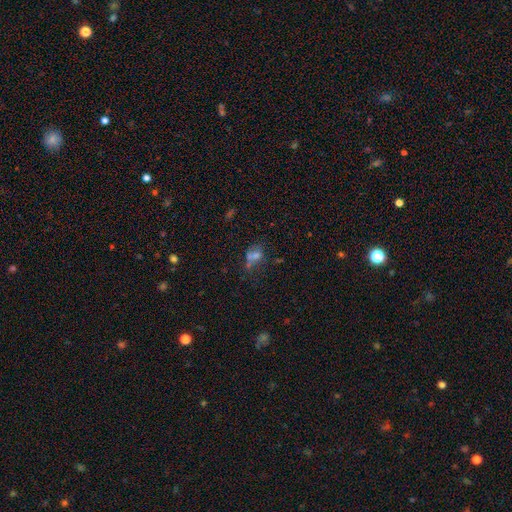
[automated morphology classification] Smooth or featured?
  - smooth: 49% *
  - star or artifact: 30%
  - featured or disk: 21%
Merging?
  - none: 42% *
  - merger: 30%
  - minor disturbance: 15%
  - major disturbance: 12%